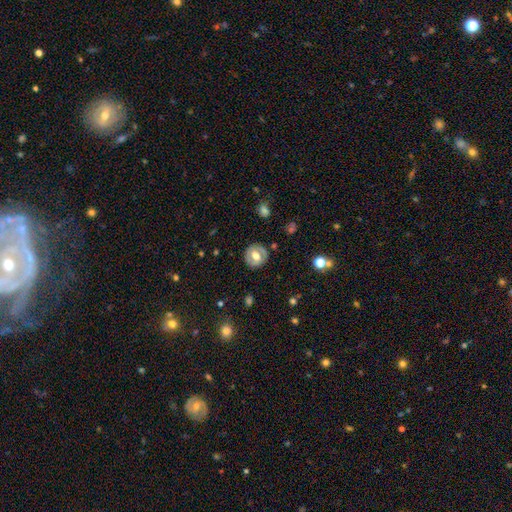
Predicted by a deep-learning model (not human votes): Smooth or featured: smooth — 48% (featured or disk — 45%)
Merging: none — 84% (minor disturbance — 11%)